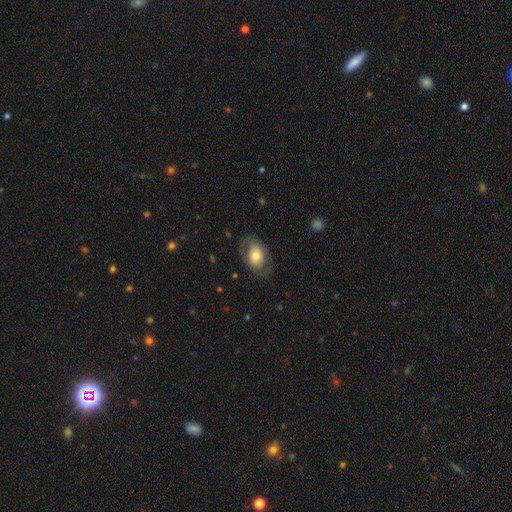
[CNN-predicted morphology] Smooth or featured? Predicted: featured or disk (p=0.48). Merging? Predicted: none (p=0.72).